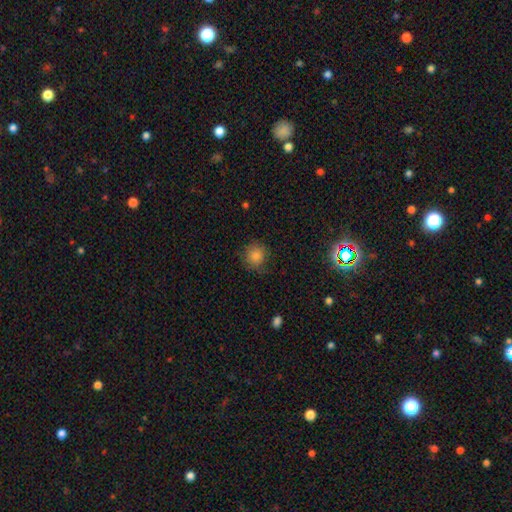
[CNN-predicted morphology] This is likely a smooth galaxy (75%). How rounded: clearly round (91%). Merging: likely none (79%).